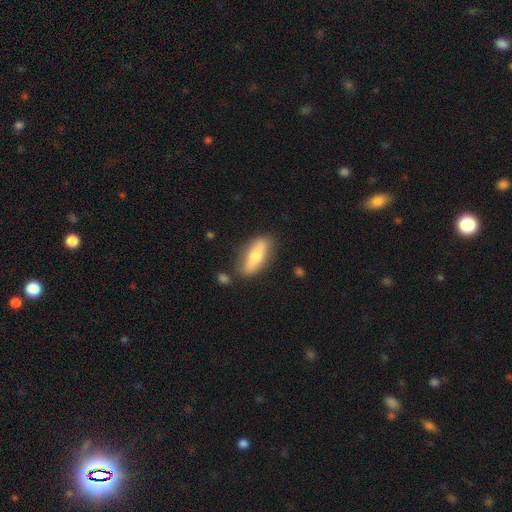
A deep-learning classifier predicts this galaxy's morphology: This appears to be a smooth galaxy with no disk features (53%) that is in between round and cigar-shaped (57%). Merging: none (80%).